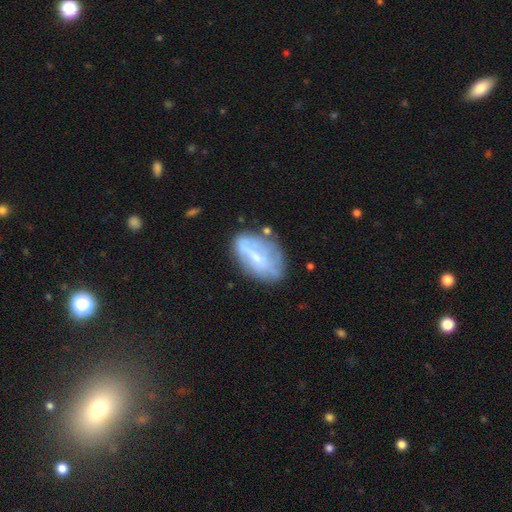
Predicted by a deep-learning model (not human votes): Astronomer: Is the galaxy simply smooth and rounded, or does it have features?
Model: featured or disk — 50% (runner-up: smooth, 41%).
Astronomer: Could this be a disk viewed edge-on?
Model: no — 89%.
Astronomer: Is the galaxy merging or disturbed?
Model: none — 56%.